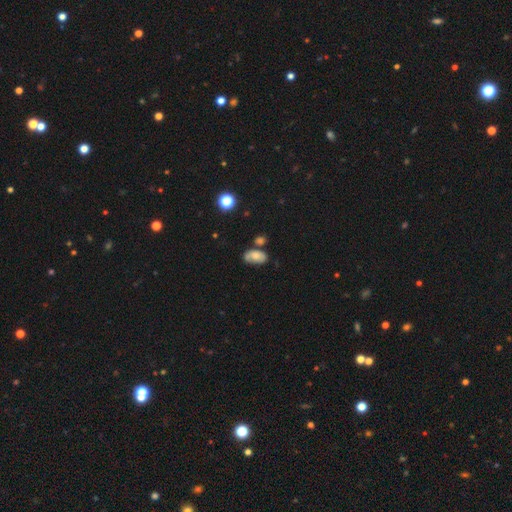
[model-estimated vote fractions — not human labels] This is likely a smooth galaxy (63%). How rounded: clearly in between (91%). Merging: possibly none (49%).